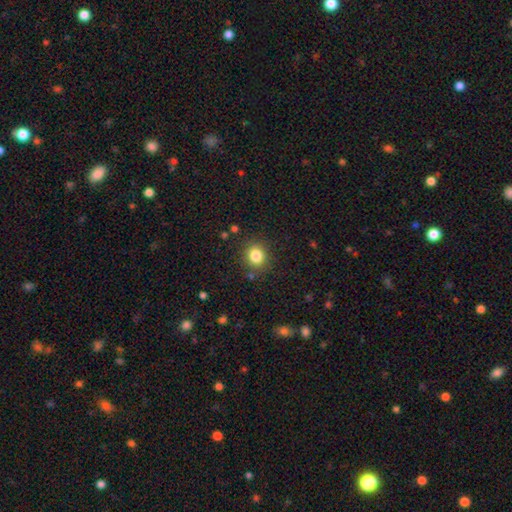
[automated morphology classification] Smooth or featured? Predicted: smooth (p=0.83). How rounded? Predicted: round (p=0.75). Merging? Predicted: none (p=0.84).